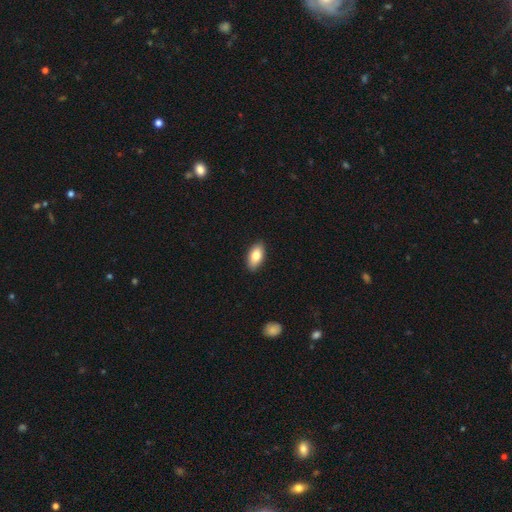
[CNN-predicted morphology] A smooth galaxy with no disk features (82%) that is in between round and cigar-shaped (92%).

Vote fractions:
- Smooth or featured? smooth: 82% / featured or disk: 11% / star or artifact: 6%
- How rounded? in between: 92% / cigar-shaped: 4% / round: 3%
- Merging? none: 89% / minor disturbance: 8% / major disturbance: 2% / merger: 1%